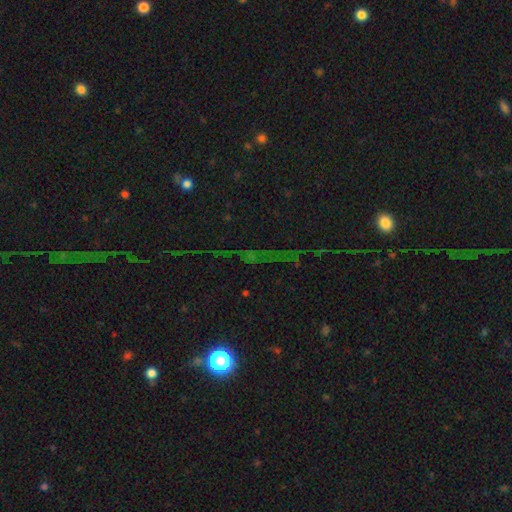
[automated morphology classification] star or artifact 69%, smooth 18%, featured or disk 13%.